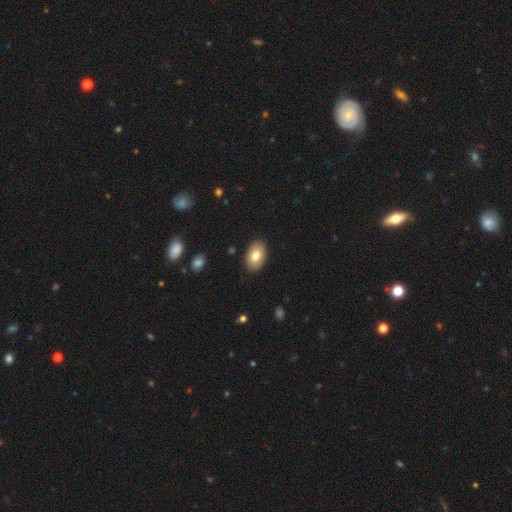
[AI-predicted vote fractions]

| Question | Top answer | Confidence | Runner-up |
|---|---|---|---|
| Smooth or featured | smooth | 80% | featured or disk (13%) |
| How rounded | in between | 89% | round (9%) |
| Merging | none | 89% | minor disturbance (8%) |